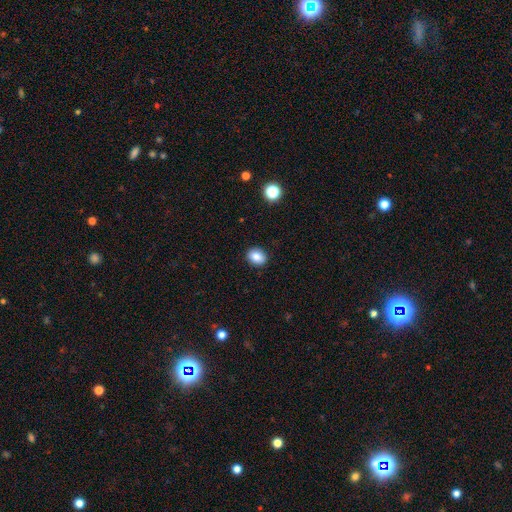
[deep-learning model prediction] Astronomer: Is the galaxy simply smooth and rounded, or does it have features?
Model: smooth — 84%.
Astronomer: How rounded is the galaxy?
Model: round — 52% (runner-up: in between, 47%).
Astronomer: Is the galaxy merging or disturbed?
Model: none — 91%.